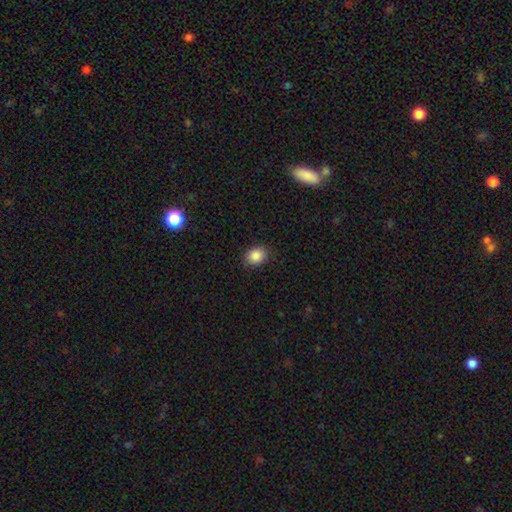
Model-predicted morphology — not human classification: This is clearly a smooth galaxy (87%). How rounded: possibly round (55%). Merging: clearly none (86%).